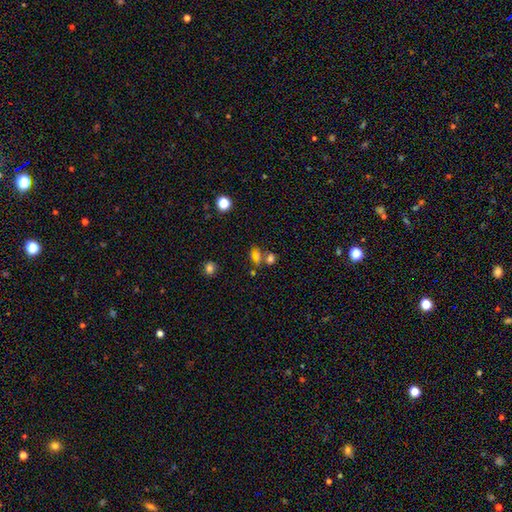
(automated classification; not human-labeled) This is likely a smooth galaxy (64%). How rounded: possibly in between (52%). Merging: possibly none (50%).